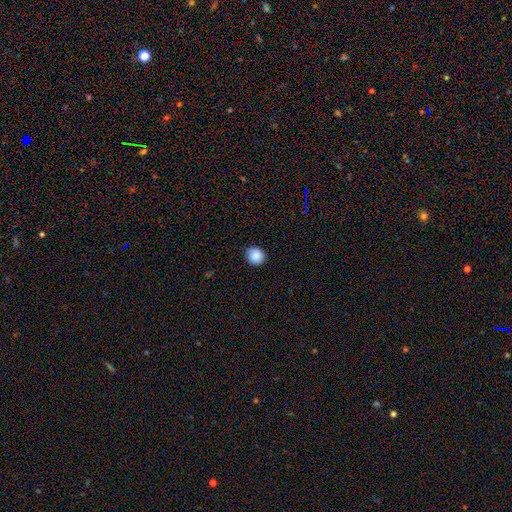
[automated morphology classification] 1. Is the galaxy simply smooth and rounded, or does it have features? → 87% smooth, 9% star or artifact, 4% featured or disk.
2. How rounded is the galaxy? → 78% round, 21% in between, 1% cigar-shaped.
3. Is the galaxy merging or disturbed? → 85% none, 11% minor disturbance, 2% major disturbance, 1% merger.